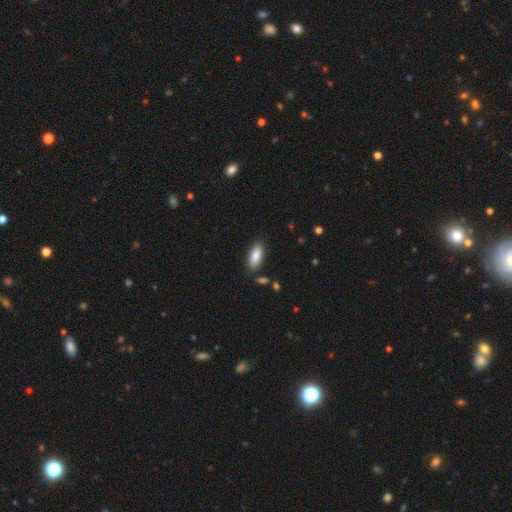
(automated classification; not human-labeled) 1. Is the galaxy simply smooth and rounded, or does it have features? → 83% smooth, 11% featured or disk, 6% star or artifact.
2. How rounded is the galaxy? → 82% in between, 16% cigar-shaped, 2% round.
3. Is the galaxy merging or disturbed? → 83% none, 11% minor disturbance, 3% merger, 2% major disturbance.